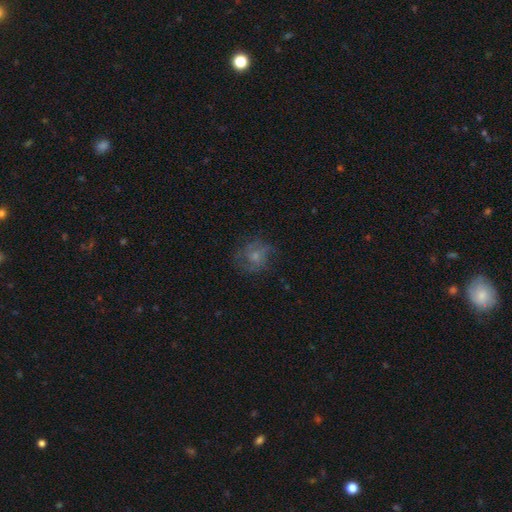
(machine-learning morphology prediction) type=featured or disk (45%); merging=none (61%).